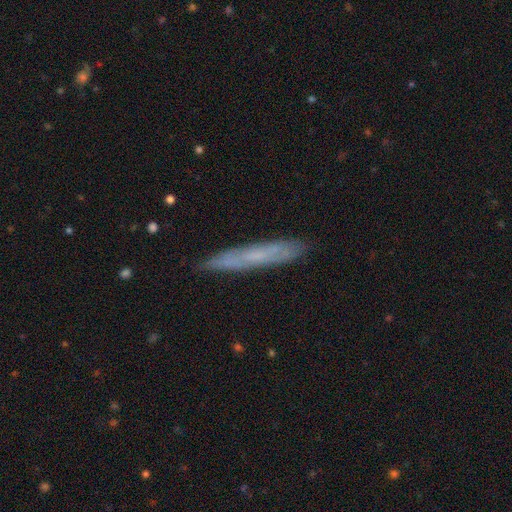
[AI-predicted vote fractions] Smooth or featured: smooth — 48% (featured or disk — 43%)
Merging: none — 87% (minor disturbance — 10%)